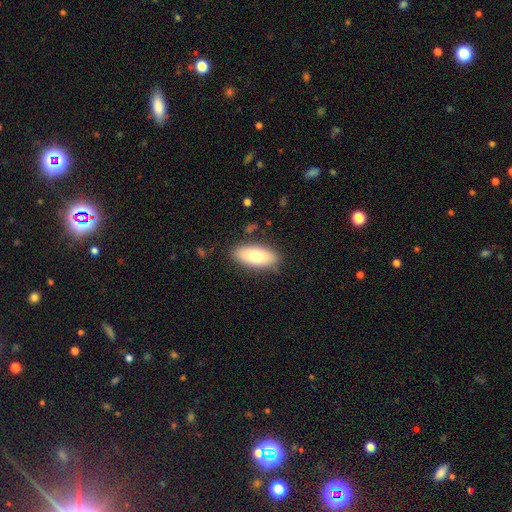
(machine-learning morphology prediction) Overall: smooth (79%). How rounded: in between (84%). Merging: none (83%).